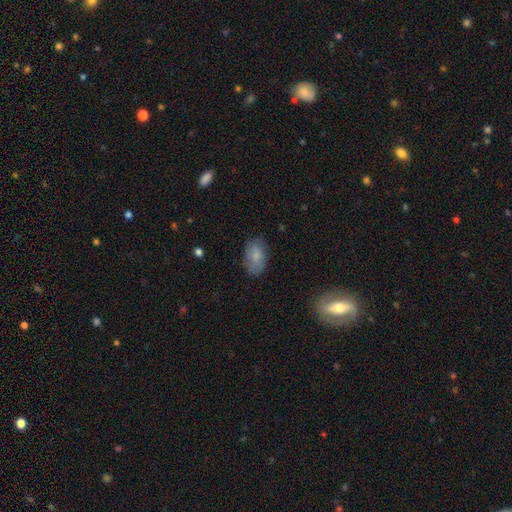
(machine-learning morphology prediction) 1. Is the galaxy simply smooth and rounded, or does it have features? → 80% smooth, 13% featured or disk, 7% star or artifact.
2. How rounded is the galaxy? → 91% in between, 7% round, 2% cigar-shaped.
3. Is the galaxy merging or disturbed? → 75% none, 19% minor disturbance, 5% major disturbance, 1% merger.